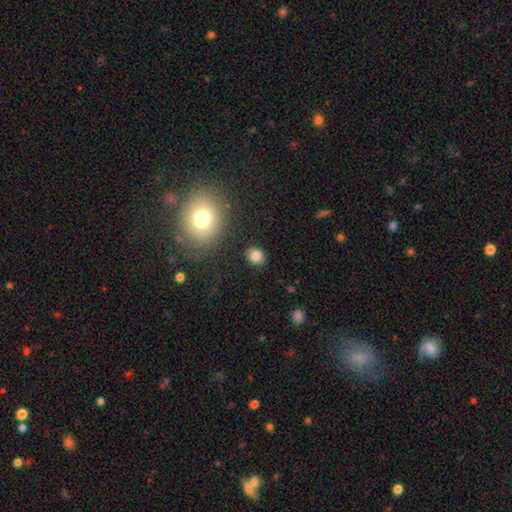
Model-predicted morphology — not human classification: Q: Smooth or featured?
A: smooth (82%); runner-up: star or artifact (12%)
Q: How rounded?
A: round (74%); runner-up: in between (25%)
Q: Merging?
A: none (88%); runner-up: minor disturbance (7%)